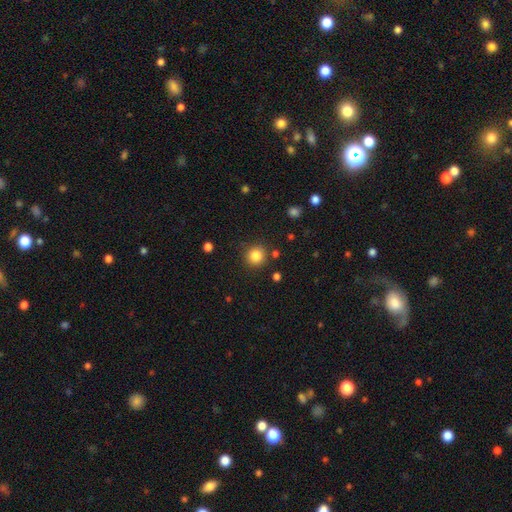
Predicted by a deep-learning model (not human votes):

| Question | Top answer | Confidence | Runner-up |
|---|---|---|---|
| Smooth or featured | smooth | 84% | star or artifact (11%) |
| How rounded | round | 93% | in between (6%) |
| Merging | none | 87% | minor disturbance (7%) |